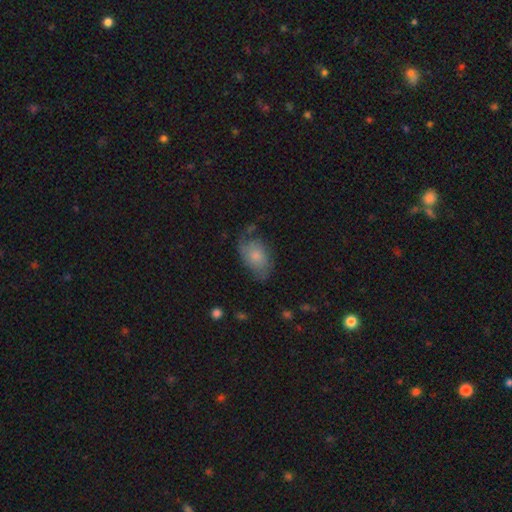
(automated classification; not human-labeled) Smooth or featured? Predicted: smooth (p=0.62). How rounded? Predicted: in between (p=0.87). Merging? Predicted: none (p=0.46).